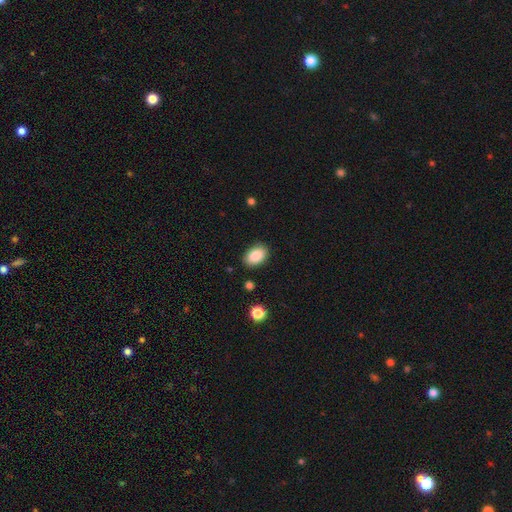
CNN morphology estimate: Smooth or featured? smooth (88%)
How rounded? in between (89%)
Merging? none (87%)